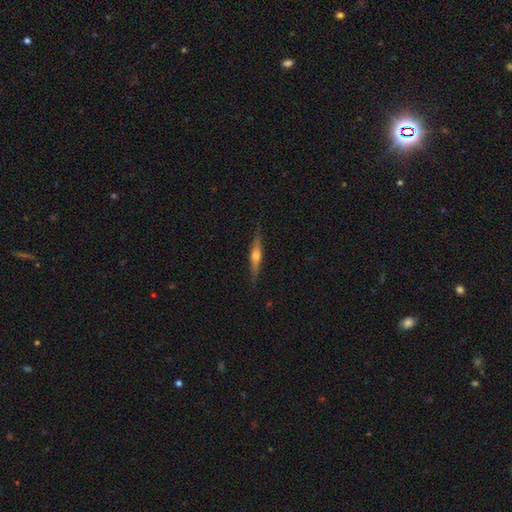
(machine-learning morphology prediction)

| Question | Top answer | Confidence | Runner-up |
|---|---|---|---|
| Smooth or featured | featured or disk | 74% | smooth (20%) |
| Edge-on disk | yes | 98% | no (2%) |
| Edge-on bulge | rounded | 88% | boxy (8%) |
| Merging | none | 89% | minor disturbance (8%) |